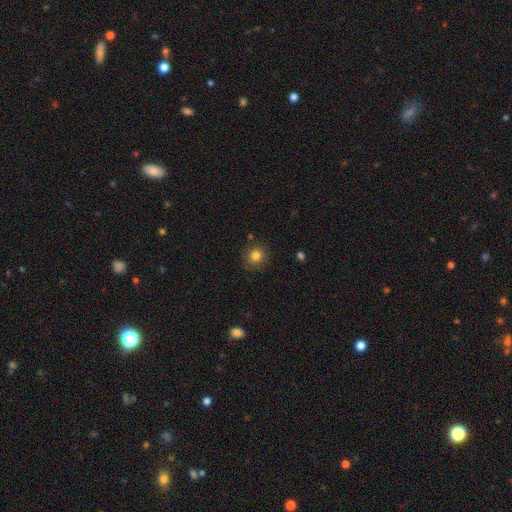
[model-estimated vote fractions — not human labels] Q: Smooth or featured?
A: smooth (81%); runner-up: star or artifact (12%)
Q: How rounded?
A: round (90%); runner-up: in between (9%)
Q: Merging?
A: none (86%); runner-up: minor disturbance (10%)